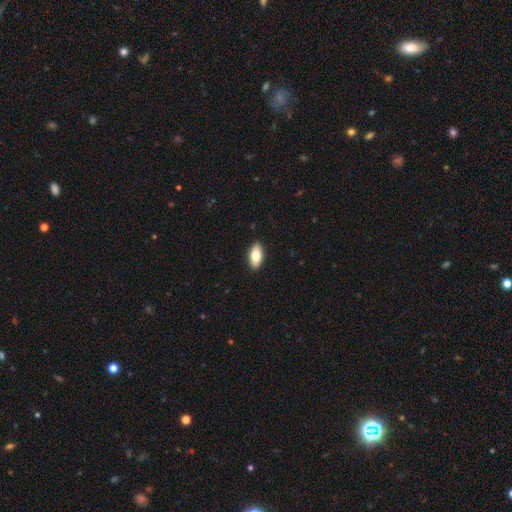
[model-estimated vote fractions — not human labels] smooth 79%, featured or disk 15%, star or artifact 6%. Down the decision tree: how rounded — in between (91%); merging — none (91%).